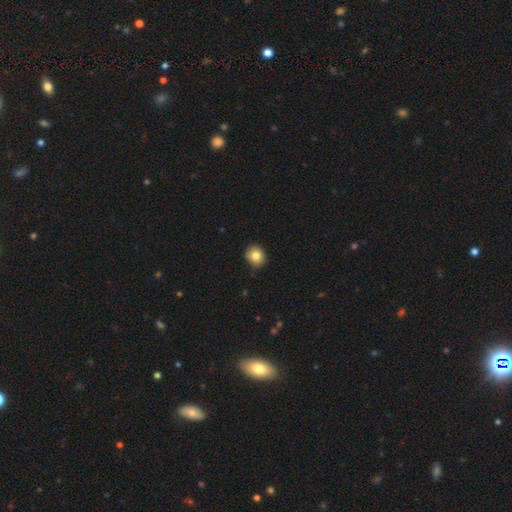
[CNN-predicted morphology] The model was most divided on "merging": none: 78%, minor disturbance: 18%, major disturbance: 3%, merger: 1%. More confident: smooth or featured — smooth (82%); how rounded — round (81%).